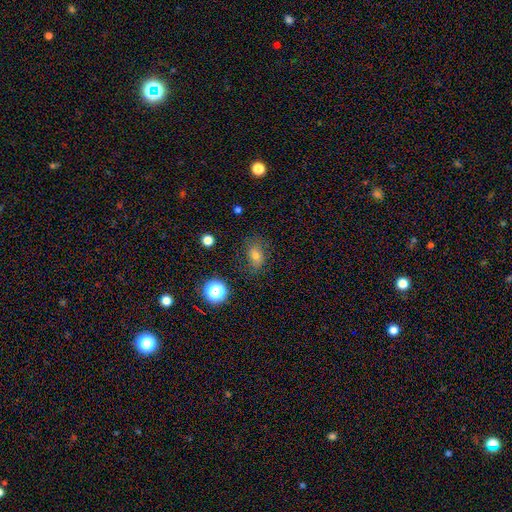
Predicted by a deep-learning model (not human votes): Smooth or featured?
  - smooth: 67% *
  - star or artifact: 18%
  - featured or disk: 16%
How rounded?
  - in between: 70% *
  - round: 29%
  - cigar-shaped: 2%
Merging?
  - none: 75% *
  - minor disturbance: 17%
  - major disturbance: 6%
  - merger: 2%